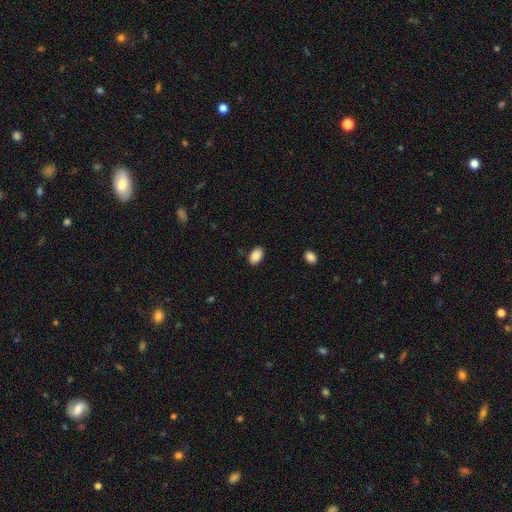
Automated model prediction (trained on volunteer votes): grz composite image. It shows a smooth galaxy with no disk features (88%) that is in between round and cigar-shaped (90%). Merging: none (86%).